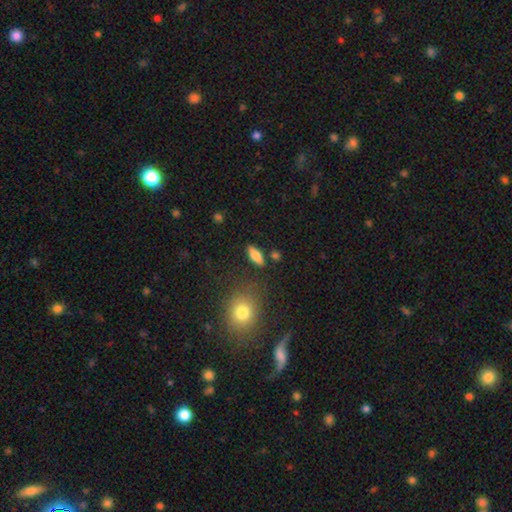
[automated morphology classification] smooth-or-featured: smooth: 80% | featured or disk: 13% | star or artifact: 7%
  how-rounded: in between: 70% | cigar-shaped: 26% | round: 4%
  merging: none: 84% | minor disturbance: 10% | merger: 3% | major disturbance: 3%